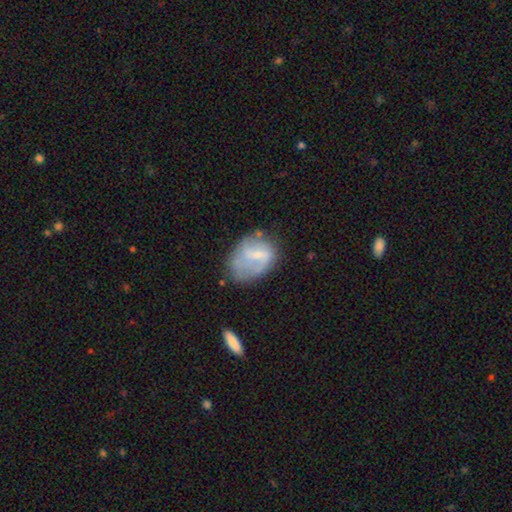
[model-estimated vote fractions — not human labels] smooth_or_featured: featured or disk (p=0.50) [alt: smooth p=0.42]
merging: none (p=0.44) [alt: minor disturbance p=0.30]